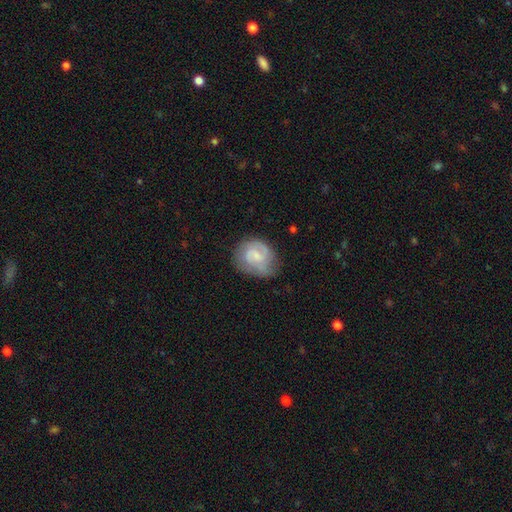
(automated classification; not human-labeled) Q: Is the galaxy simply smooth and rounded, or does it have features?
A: featured or disk — 67%.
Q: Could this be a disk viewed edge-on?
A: no — 98%.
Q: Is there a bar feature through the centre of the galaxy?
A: weak — 49%.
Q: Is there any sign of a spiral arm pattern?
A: yes — 91%.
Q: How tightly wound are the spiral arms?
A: medium — 47%.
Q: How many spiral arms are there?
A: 2 — 64%.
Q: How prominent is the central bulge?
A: small — 52%.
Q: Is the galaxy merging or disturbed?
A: none — 65%.